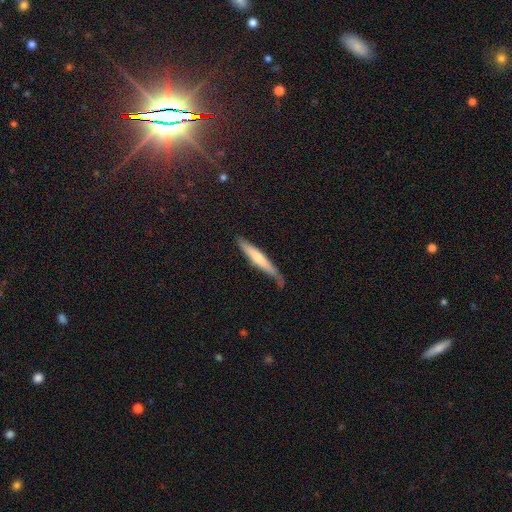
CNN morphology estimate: Smooth or featured?
  - smooth: 52% *
  - featured or disk: 41%
  - star or artifact: 7%
How rounded?
  - cigar-shaped: 94% *
  - in between: 4%
  - round: 1%
Merging?
  - none: 70% *
  - minor disturbance: 24%
  - major disturbance: 4%
  - merger: 2%